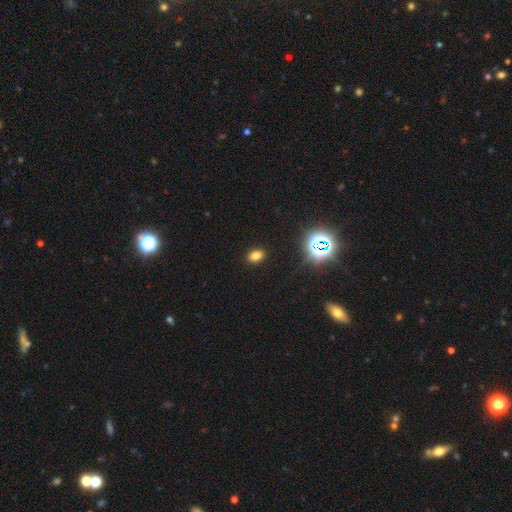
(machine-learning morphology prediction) The model was most divided on "how rounded": in between: 75%, round: 24%, cigar-shaped: 1%. More confident: merging — none (89%); smooth or featured — smooth (74%).